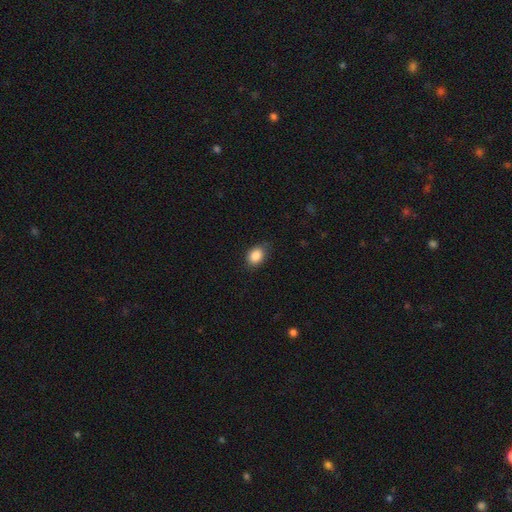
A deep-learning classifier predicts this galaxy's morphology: smooth_or_featured: smooth (p=0.86) [alt: star or artifact p=0.09]
how_rounded: in between (p=0.64) [alt: round p=0.35]
merging: none (p=0.78) [alt: minor disturbance p=0.17]